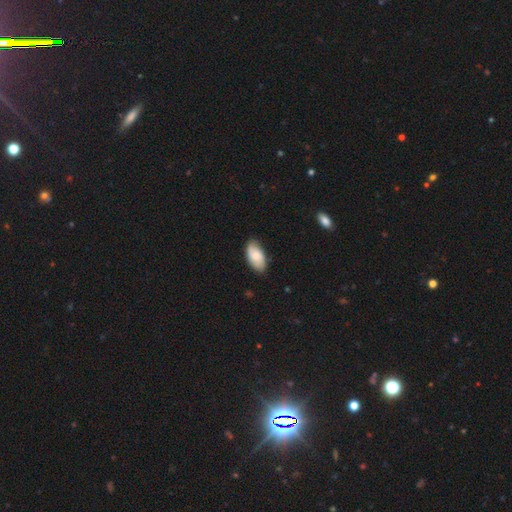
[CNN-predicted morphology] smooth-or-featured: smooth: 71% | featured or disk: 23% | star or artifact: 6%
  how-rounded: in between: 94% | cigar-shaped: 3% | round: 3%
  merging: none: 78% | minor disturbance: 17% | major disturbance: 3% | merger: 1%